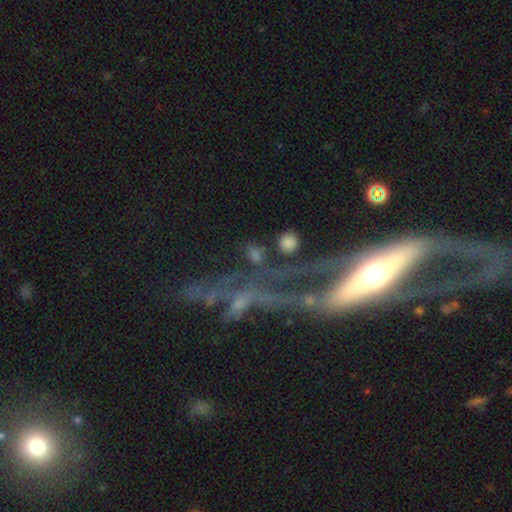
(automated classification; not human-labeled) The model was most divided on "smooth or featured": smooth: 39%, featured or disk: 36%, star or artifact: 25%. More confident: merging — none (59%).